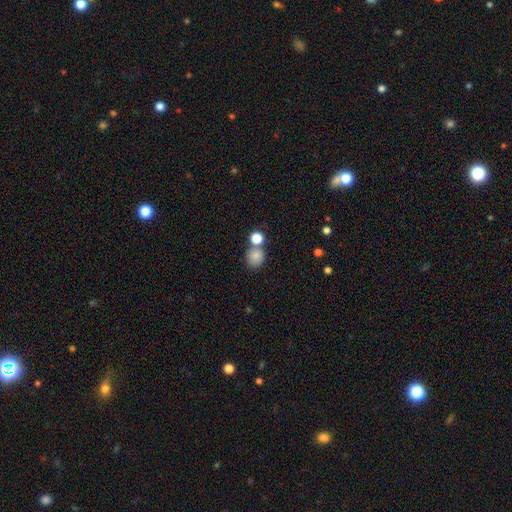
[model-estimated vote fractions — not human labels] Smooth or featured? Predicted: smooth (p=0.83). How rounded? Predicted: round (p=0.77). Merging? Predicted: none (p=0.60).